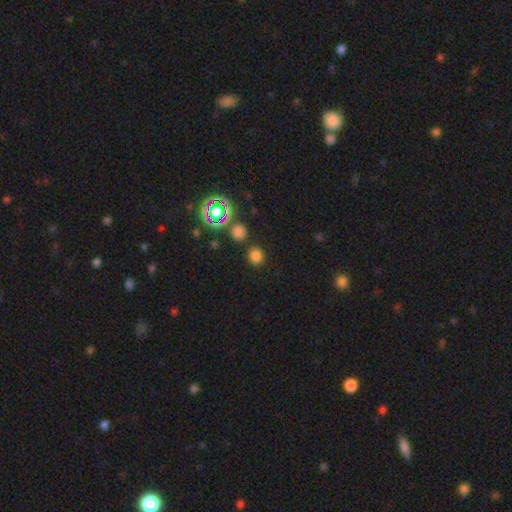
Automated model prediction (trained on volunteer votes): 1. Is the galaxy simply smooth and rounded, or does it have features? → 74% smooth, 21% star or artifact, 5% featured or disk.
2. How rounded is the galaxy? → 80% round, 19% in between, 1% cigar-shaped.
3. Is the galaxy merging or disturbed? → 83% none, 8% minor disturbance, 6% merger, 3% major disturbance.